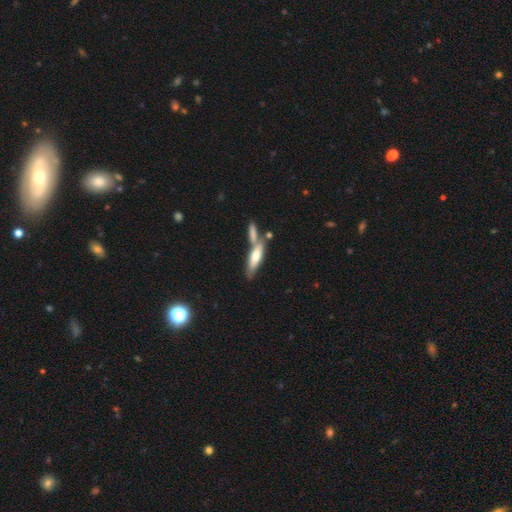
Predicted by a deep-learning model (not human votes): The model was most divided on "merging": none: 45%, merger: 37%, minor disturbance: 13%, major disturbance: 5%. More confident: how rounded — cigar-shaped (64%); smooth or featured — smooth (59%).